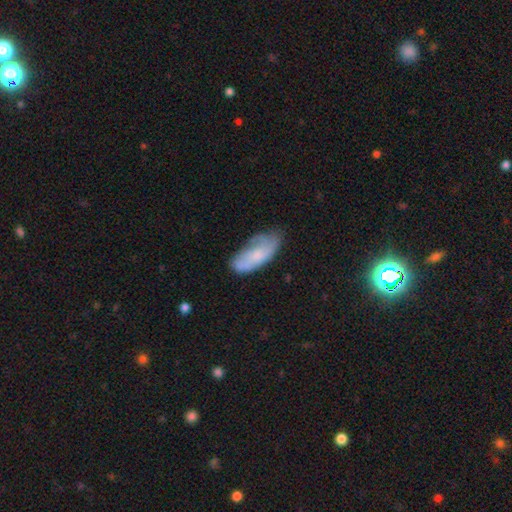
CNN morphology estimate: The model was most divided on "merging": none: 50%, minor disturbance: 32%, major disturbance: 14%, merger: 4%. More confident: how rounded — in between (81%); smooth or featured — smooth (56%).